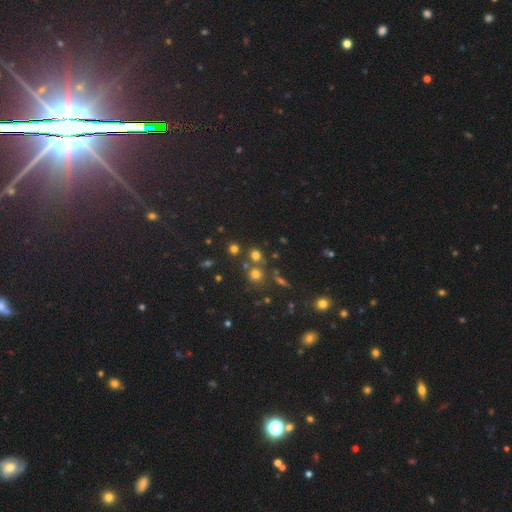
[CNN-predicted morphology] Smooth or featured?
  - smooth: 66% *
  - star or artifact: 25%
  - featured or disk: 9%
How rounded?
  - round: 84% *
  - in between: 15%
  - cigar-shaped: 1%
Merging?
  - none: 69% *
  - merger: 19%
  - minor disturbance: 9%
  - major disturbance: 4%